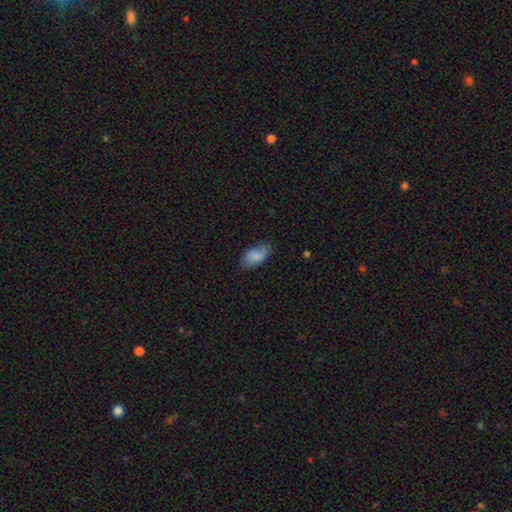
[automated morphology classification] smooth_or_featured: smooth (p=0.79) [alt: featured or disk p=0.14]
how_rounded: in between (p=0.93) [alt: round p=0.04]
merging: none (p=0.60) [alt: minor disturbance p=0.31]